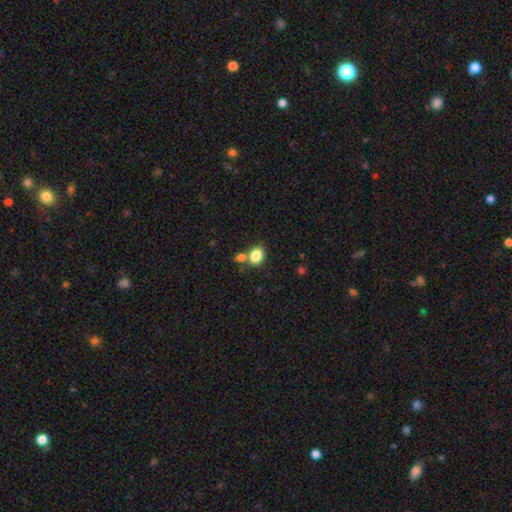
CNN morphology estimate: Q: Smooth or featured?
A: smooth (84%); runner-up: star or artifact (9%)
Q: How rounded?
A: in between (65%); runner-up: round (34%)
Q: Merging?
A: none (52%); runner-up: merger (32%)